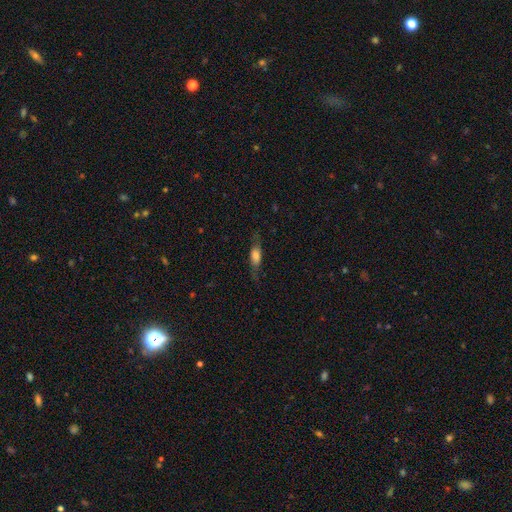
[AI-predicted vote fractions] A smooth galaxy with no disk features (58%) that is in between round and cigar-shaped (55%). Merging: none (69%).